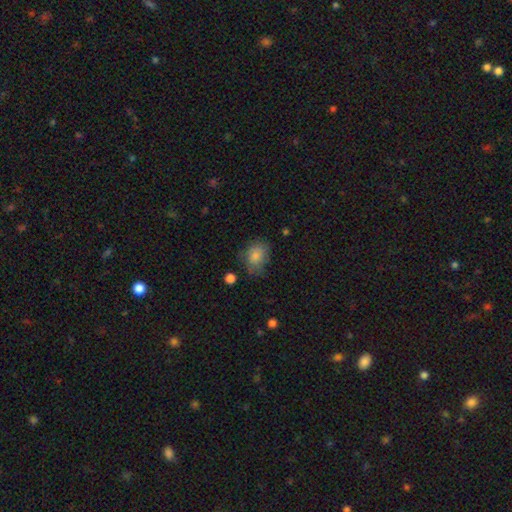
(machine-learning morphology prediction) This is clearly a smooth galaxy (83%). How rounded: likely in between (66%). Merging: likely none (63%).